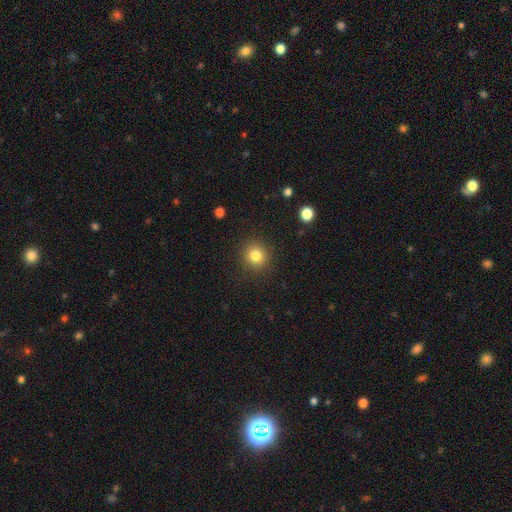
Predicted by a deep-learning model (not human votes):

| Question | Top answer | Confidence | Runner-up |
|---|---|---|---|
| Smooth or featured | smooth | 83% | star or artifact (12%) |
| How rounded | round | 92% | in between (7%) |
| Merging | none | 90% | minor disturbance (6%) |